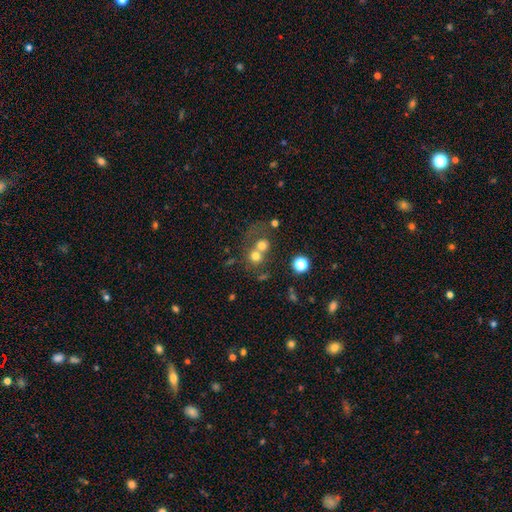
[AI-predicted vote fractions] This appears to be a smooth galaxy with no disk features (69%) that is round (81%). Merging: merger (54%).